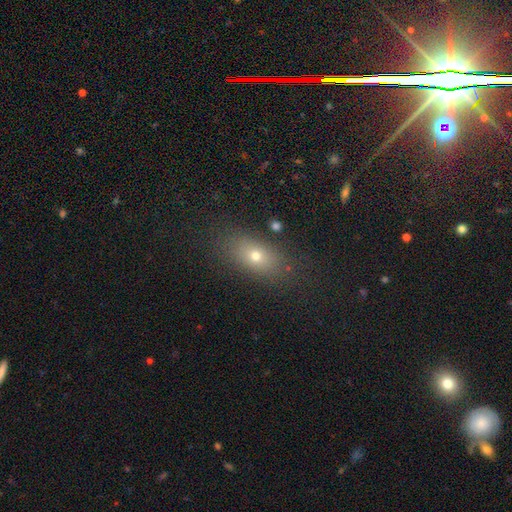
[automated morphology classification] Smooth or featured? Predicted: smooth (p=0.66). How rounded? Predicted: in between (p=0.76). Merging? Predicted: none (p=0.82).